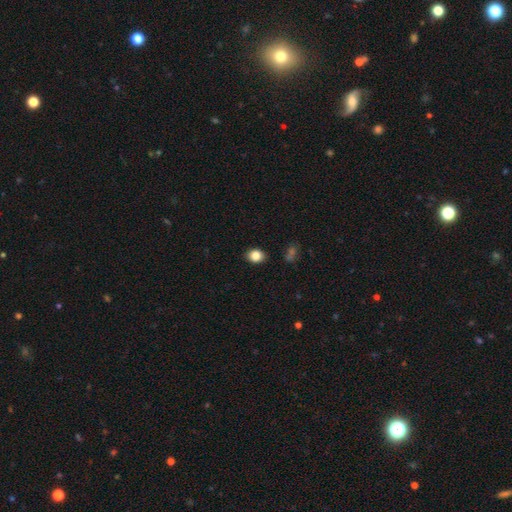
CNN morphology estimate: A smooth galaxy with no disk features (84%) that is in between round and cigar-shaped (51%).

Vote fractions:
- Smooth or featured? smooth: 84% / star or artifact: 10% / featured or disk: 6%
- How rounded? in between: 51% / round: 48% / cigar-shaped: 1%
- Merging? none: 88% / minor disturbance: 9% / major disturbance: 2% / merger: 2%